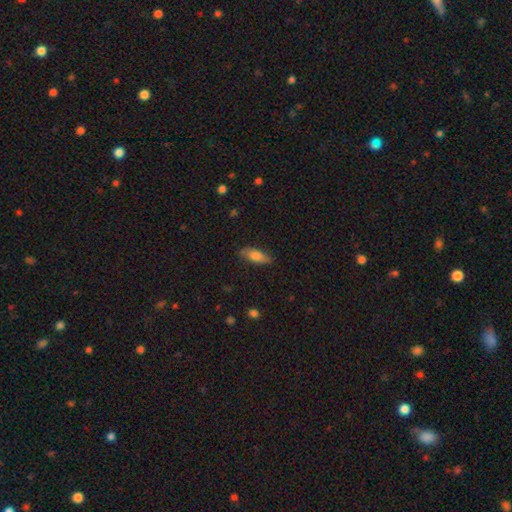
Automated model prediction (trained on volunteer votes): A smooth galaxy with no disk features (74%) that is in between round and cigar-shaped (68%).

Vote fractions:
- Smooth or featured? smooth: 74% / featured or disk: 20% / star or artifact: 6%
- How rounded? in between: 68% / cigar-shaped: 29% / round: 3%
- Merging? none: 83% / minor disturbance: 13% / major disturbance: 3% / merger: 1%